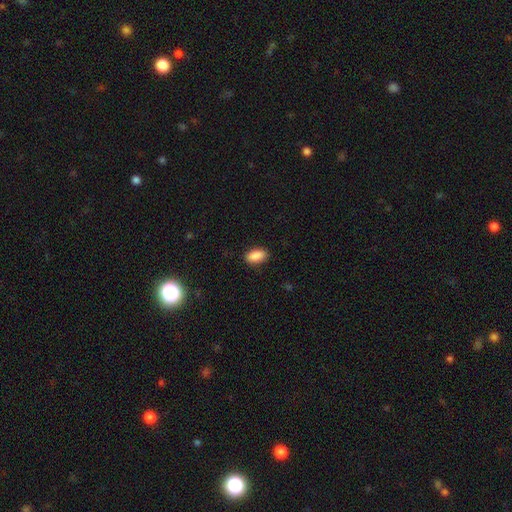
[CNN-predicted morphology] This is clearly a smooth galaxy (89%). How rounded: clearly in between (92%). Merging: clearly none (87%).